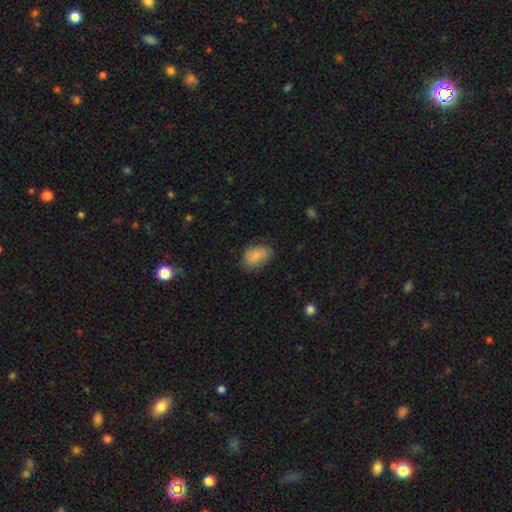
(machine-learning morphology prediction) smooth 80%, featured or disk 13%, star or artifact 7%. Down the decision tree: how rounded — in between (85%); merging — none (71%).